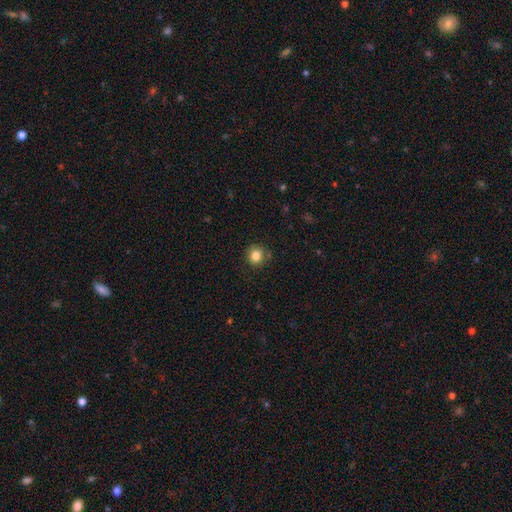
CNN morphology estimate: type=smooth (83%); roundness=round (88%); merging=none (84%).